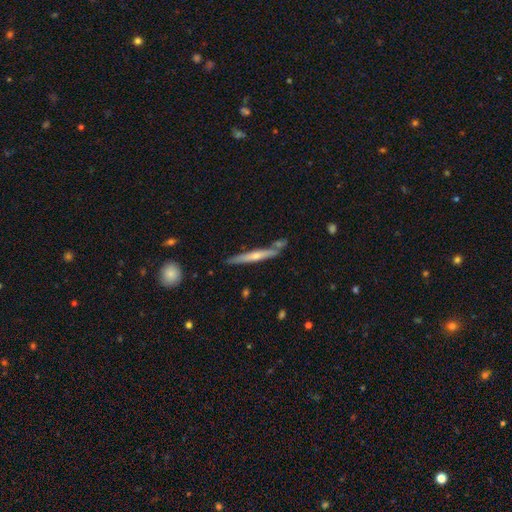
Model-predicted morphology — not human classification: smooth-or-featured: featured or disk: 58% | smooth: 36% | star or artifact: 6%
  disk-edge-on: yes: 95% | no: 5%
    edge-on-bulge: rounded: 70% | none: 26% | boxy: 4%
  merging: none: 77% | minor disturbance: 13% | merger: 8% | major disturbance: 2%